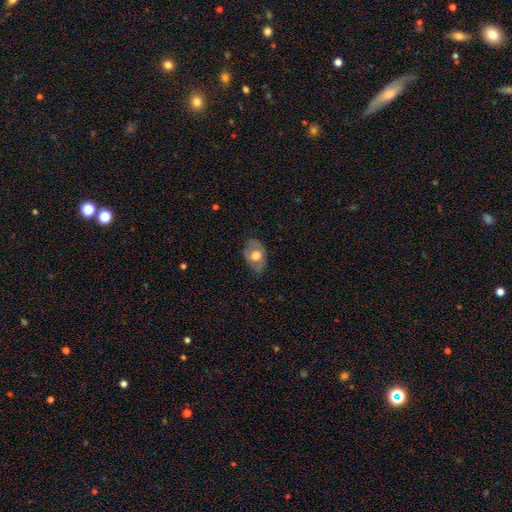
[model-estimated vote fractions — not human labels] smooth 54%, featured or disk 38%, star or artifact 7%. Down the decision tree: how rounded — in between (84%); merging — none (70%).